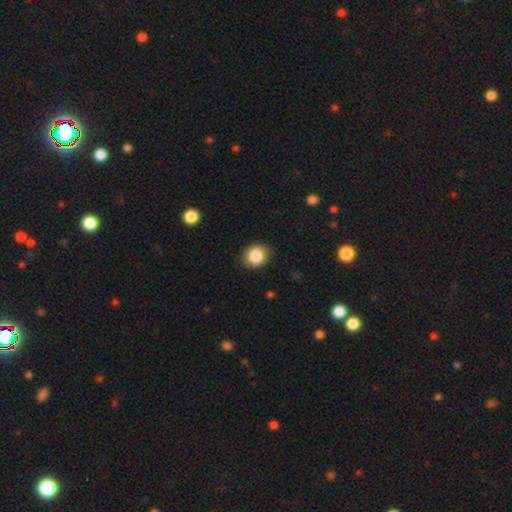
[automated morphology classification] smooth_or_featured: smooth (p=0.86) [alt: star or artifact p=0.08]
how_rounded: round (p=0.64) [alt: in between p=0.35]
merging: none (p=0.85) [alt: minor disturbance p=0.12]